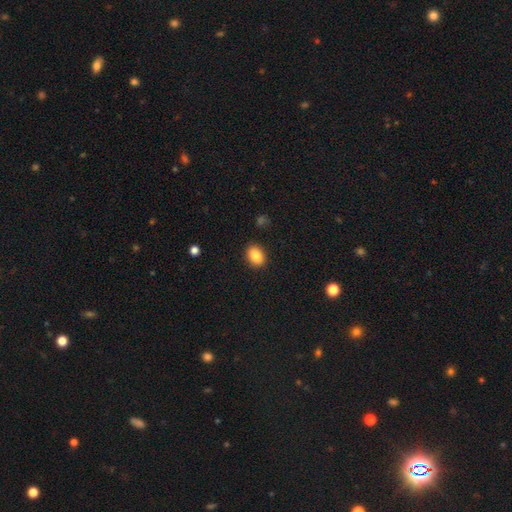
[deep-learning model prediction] smooth-or-featured: smooth: 85% | star or artifact: 8% | featured or disk: 6%
  how-rounded: in between: 72% | round: 26% | cigar-shaped: 1%
  merging: none: 88% | minor disturbance: 8% | major disturbance: 2% | merger: 1%